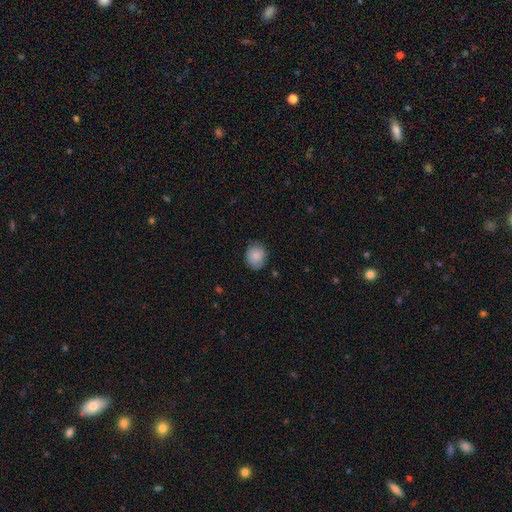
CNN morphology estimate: The model was most divided on "how rounded": round: 73%, in between: 26%, cigar-shaped: 1%. More confident: smooth or featured — smooth (84%); merging — none (77%).